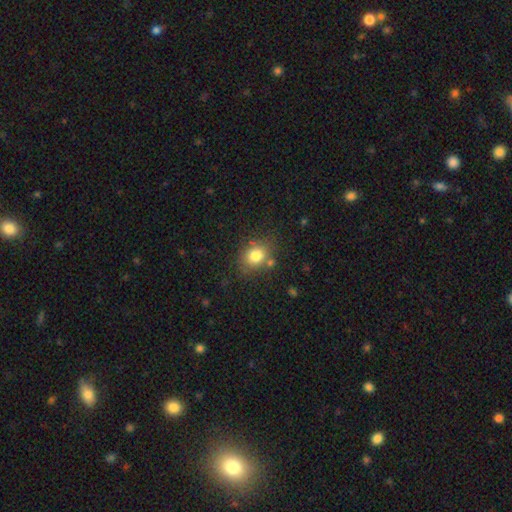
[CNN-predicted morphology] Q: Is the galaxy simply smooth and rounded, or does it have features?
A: smooth — 80%.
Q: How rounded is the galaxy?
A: round — 56%.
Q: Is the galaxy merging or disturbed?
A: none — 72%.